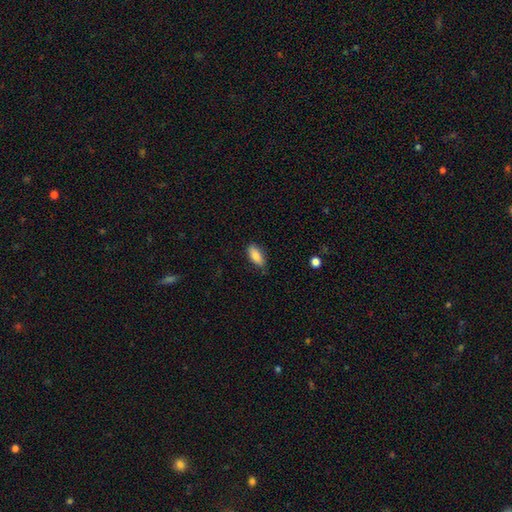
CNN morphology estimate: smooth_or_featured: smooth (p=0.84) [alt: featured or disk p=0.09]
how_rounded: in between (p=0.83) [alt: cigar-shaped p=0.15]
merging: none (p=0.78) [alt: minor disturbance p=0.18]